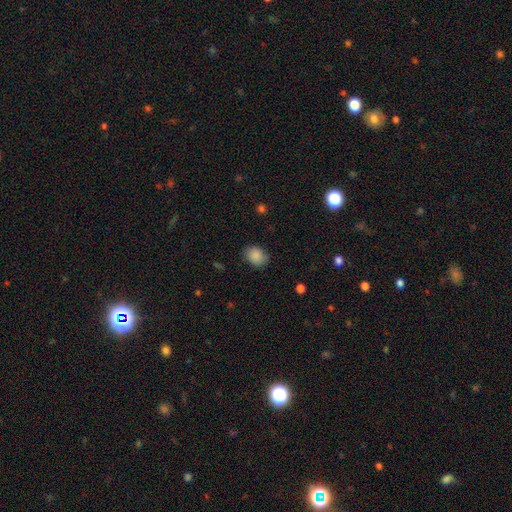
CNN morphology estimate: Smooth or featured? Predicted: smooth (p=0.88). How rounded? Predicted: in between (p=0.50). Merging? Predicted: none (p=0.80).